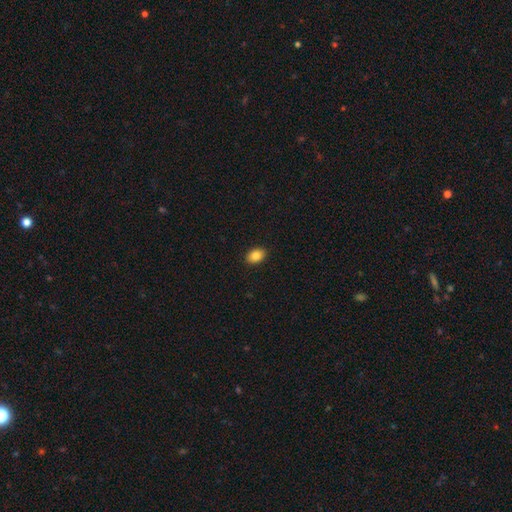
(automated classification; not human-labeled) smooth-or-featured: smooth: 86% | star or artifact: 8% | featured or disk: 6%
  how-rounded: in between: 82% | round: 17% | cigar-shaped: 1%
  merging: none: 90% | minor disturbance: 7% | major disturbance: 2% | merger: 1%